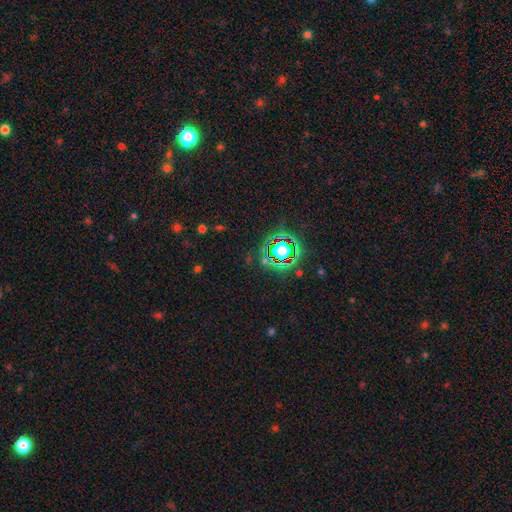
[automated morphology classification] This appears to be a star or artifact, not a galaxy (78%).